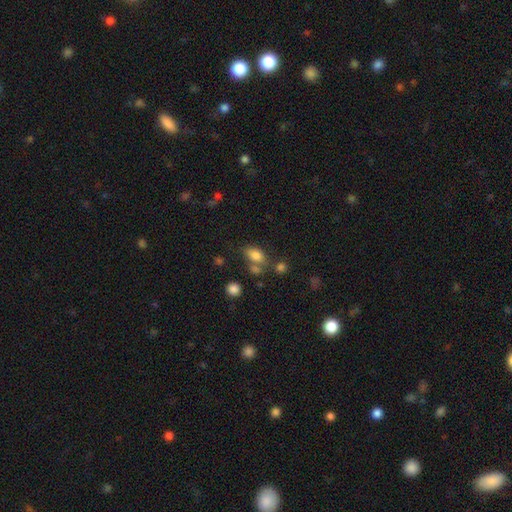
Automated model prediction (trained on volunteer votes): smooth-or-featured: smooth: 79% | star or artifact: 11% | featured or disk: 9%
  how-rounded: in between: 84% | round: 13% | cigar-shaped: 3%
  merging: none: 53% | merger: 22% | minor disturbance: 17% | major disturbance: 7%